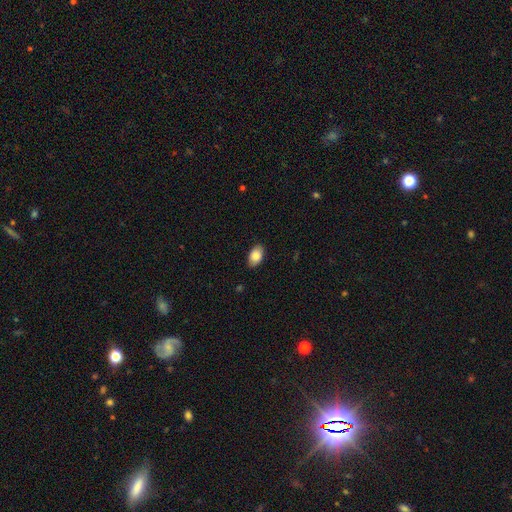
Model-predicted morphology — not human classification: smooth-or-featured: smooth: 87% | star or artifact: 7% | featured or disk: 6%
  how-rounded: in between: 91% | round: 8% | cigar-shaped: 1%
  merging: none: 86% | minor disturbance: 11% | major disturbance: 2% | merger: 1%